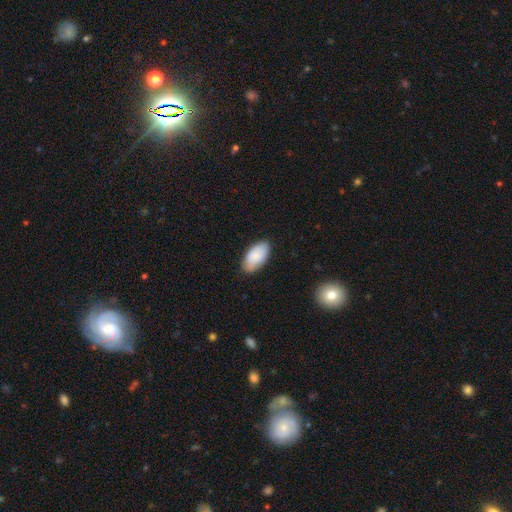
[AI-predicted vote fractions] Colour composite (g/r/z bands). It shows a smooth galaxy with no disk features (86%) that is in between round and cigar-shaped (95%). Merging: none (82%).